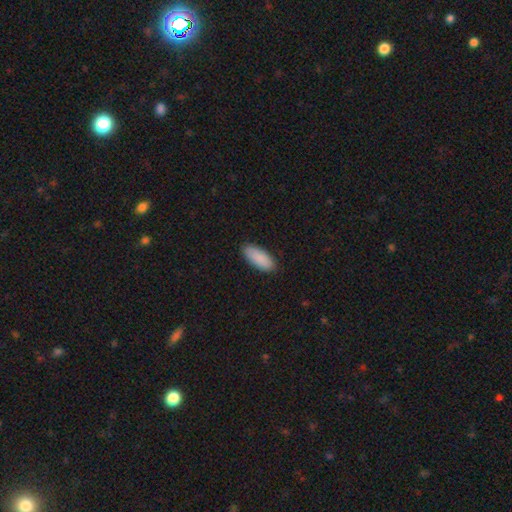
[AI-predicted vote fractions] Smooth or featured?
  - smooth: 91% *
  - star or artifact: 6%
  - featured or disk: 4%
How rounded?
  - in between: 80% *
  - cigar-shaped: 18%
  - round: 2%
Merging?
  - none: 88% *
  - minor disturbance: 9%
  - major disturbance: 2%
  - merger: 1%